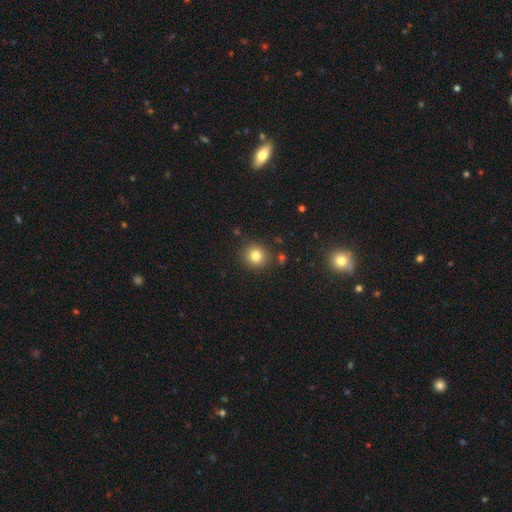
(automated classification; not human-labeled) This is clearly a smooth galaxy (81%). How rounded: clearly round (88%). Merging: clearly none (87%).